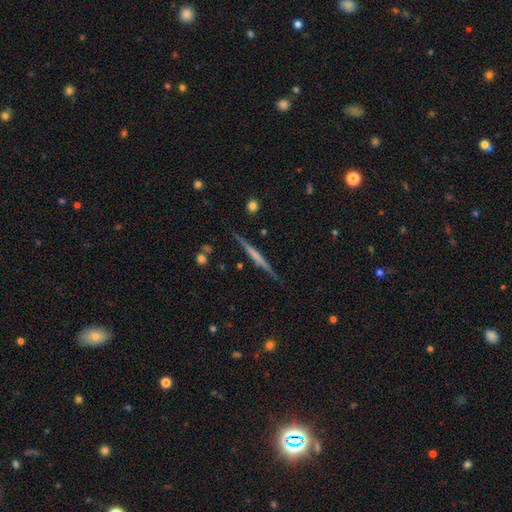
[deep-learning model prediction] A featured or disk galaxy (68%) viewed edge-on (98%) with no central bulge (63%). Merging: none (88%).